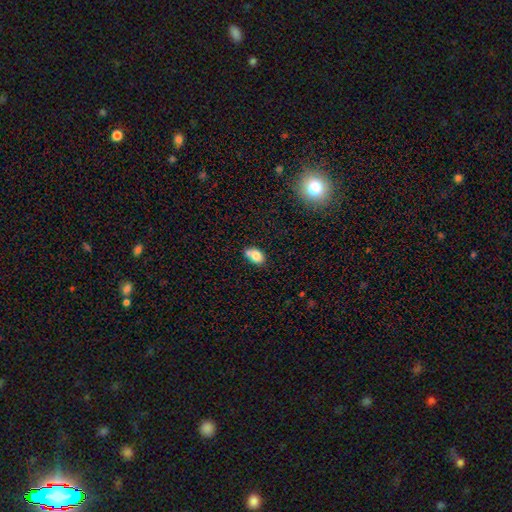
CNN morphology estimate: Smooth or featured? Predicted: smooth (p=0.78). How rounded? Predicted: in between (p=0.77). Merging? Predicted: none (p=0.47).